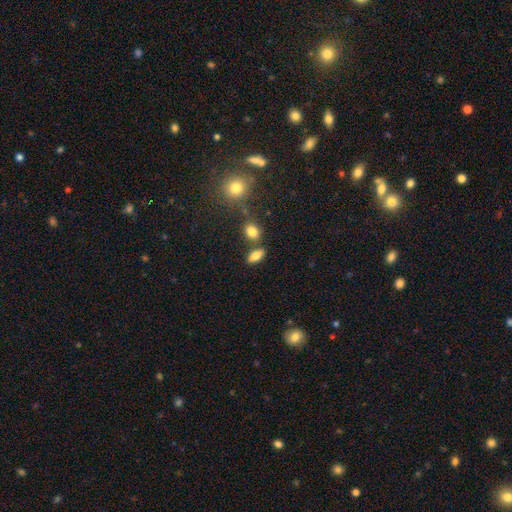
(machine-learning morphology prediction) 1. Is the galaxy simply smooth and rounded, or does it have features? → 80% smooth, 11% featured or disk, 9% star or artifact.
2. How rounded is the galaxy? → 84% in between, 8% cigar-shaped, 8% round.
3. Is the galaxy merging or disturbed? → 71% none, 14% merger, 11% minor disturbance, 3% major disturbance.